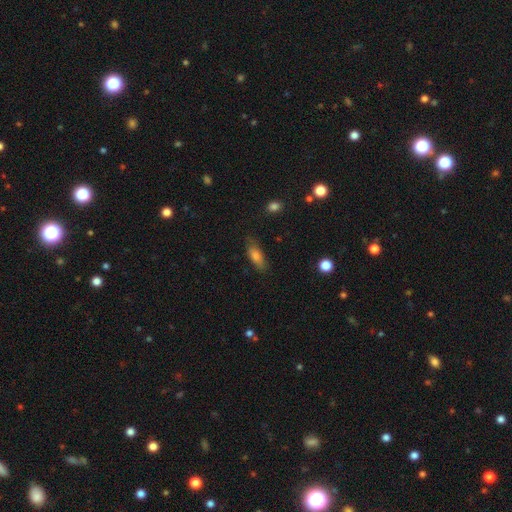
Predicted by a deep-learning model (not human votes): Smooth or featured?
  - smooth: 79% *
  - featured or disk: 14%
  - star or artifact: 8%
How rounded?
  - in between: 68% *
  - cigar-shaped: 29%
  - round: 3%
Merging?
  - none: 78% *
  - minor disturbance: 17%
  - major disturbance: 4%
  - merger: 2%